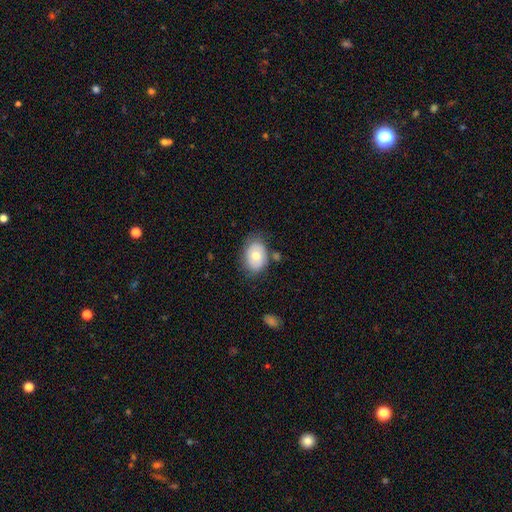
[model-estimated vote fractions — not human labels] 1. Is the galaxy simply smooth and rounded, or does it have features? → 67% smooth, 26% featured or disk, 7% star or artifact.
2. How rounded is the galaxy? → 82% in between, 17% round, 1% cigar-shaped.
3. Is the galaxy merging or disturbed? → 70% none, 19% minor disturbance, 5% major disturbance, 5% merger.